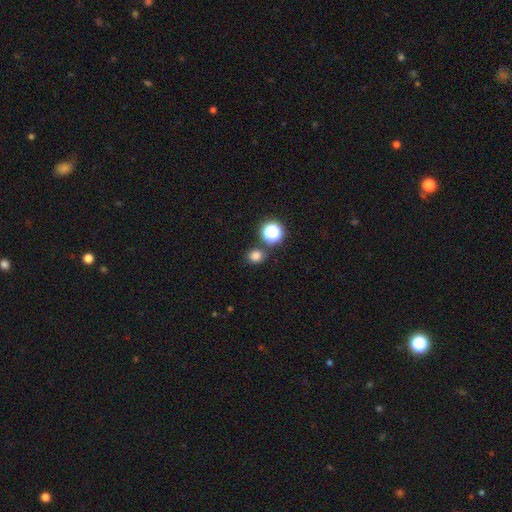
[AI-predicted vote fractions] smooth_or_featured: smooth (p=0.77) [alt: star or artifact p=0.18]
how_rounded: round (p=0.80) [alt: in between p=0.19]
merging: none (p=0.80) [alt: merger p=0.08]